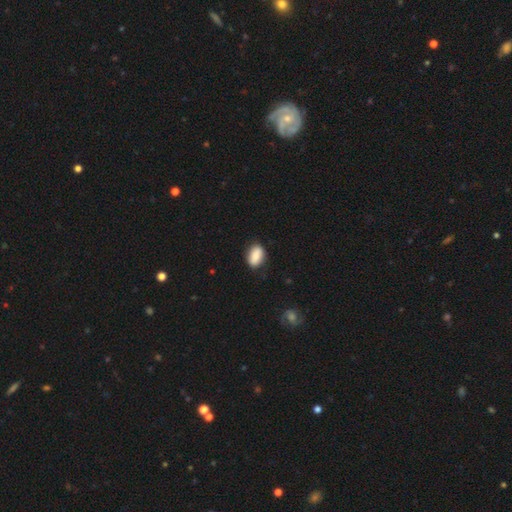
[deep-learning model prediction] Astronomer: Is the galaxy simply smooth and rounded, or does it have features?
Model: smooth — 82%.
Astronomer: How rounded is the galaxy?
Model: in between — 88%.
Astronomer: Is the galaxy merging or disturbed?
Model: none — 79%.